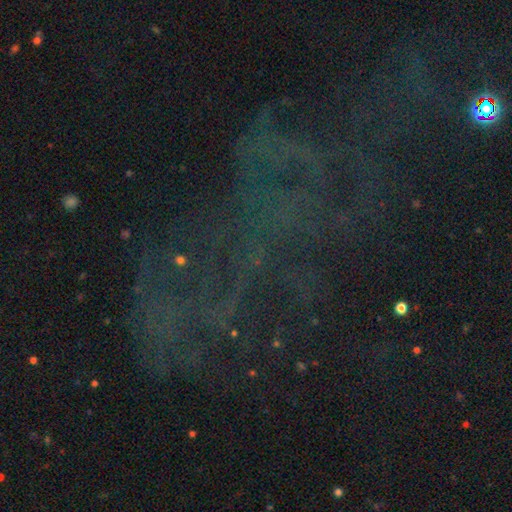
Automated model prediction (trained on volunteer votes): Smooth or featured? Predicted: star or artifact (p=0.56).